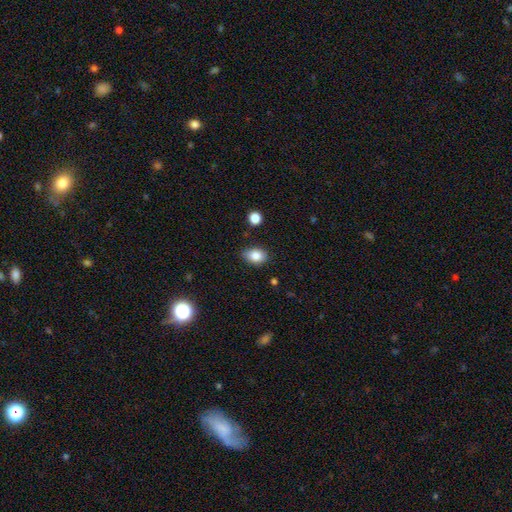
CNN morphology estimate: The model was most divided on "how rounded": in between: 77%, round: 22%, cigar-shaped: 1%. More confident: smooth or featured — smooth (84%); merging — none (81%).